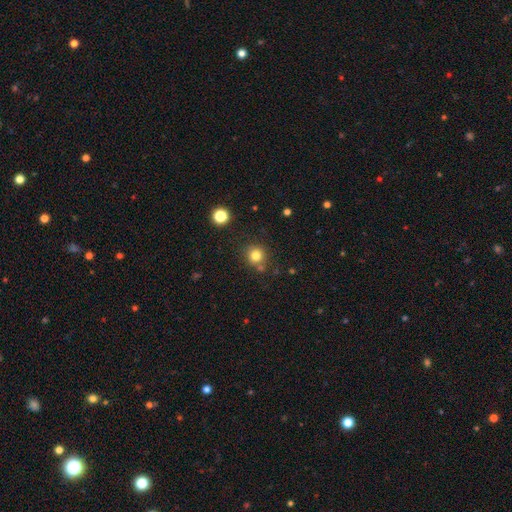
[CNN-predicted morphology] Overall: smooth (79%). How rounded: round (92%). Merging: none (78%).